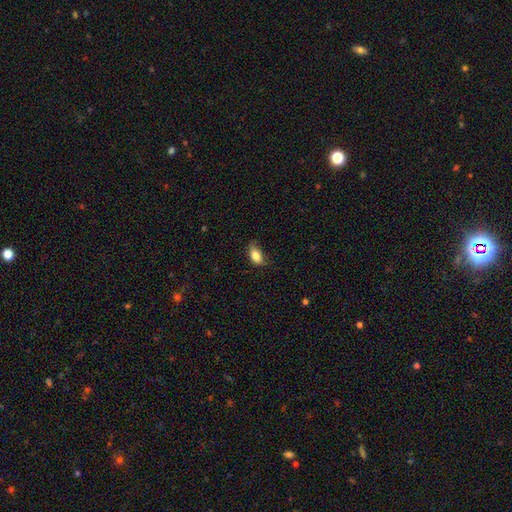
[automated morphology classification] Overall: smooth (83%). How rounded: in between (89%). Merging: none (48%; minor disturbance 38%).